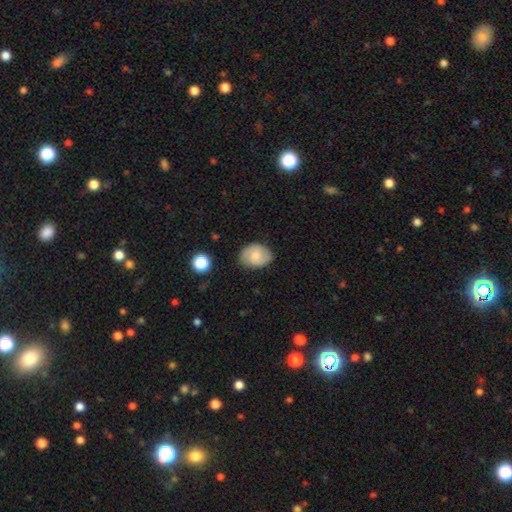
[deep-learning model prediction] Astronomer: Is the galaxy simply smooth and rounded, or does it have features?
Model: smooth — 54% (runner-up: featured or disk, 37%).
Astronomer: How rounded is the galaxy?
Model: in between — 63%.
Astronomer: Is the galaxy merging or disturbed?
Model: none — 78%.